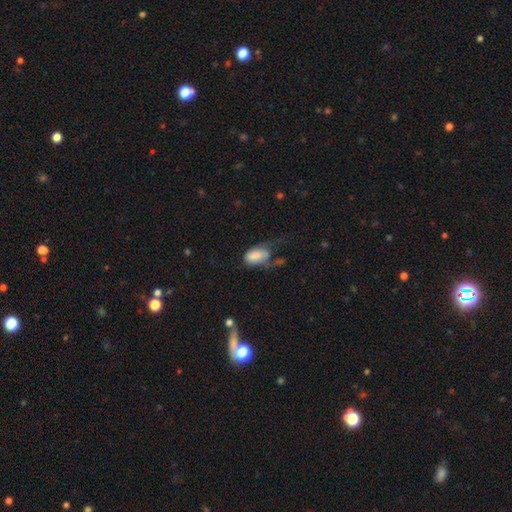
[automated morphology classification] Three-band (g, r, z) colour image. It shows a smooth galaxy with no disk features (79%) that is in between round and cigar-shaped (93%). Merging: major disturbance (43%).